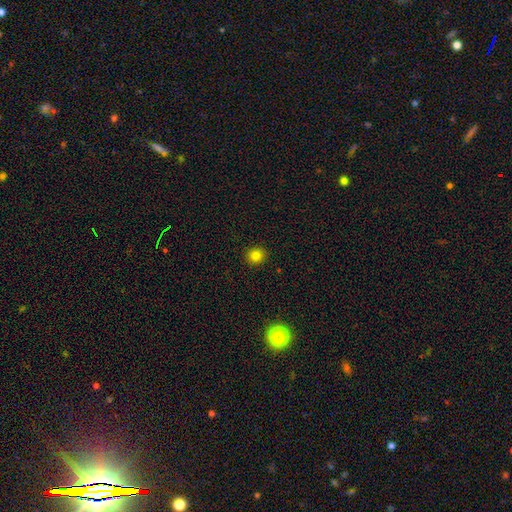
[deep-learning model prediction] This appears to be a smooth galaxy with no disk features (80%) that is round (88%). Merging: none (92%).